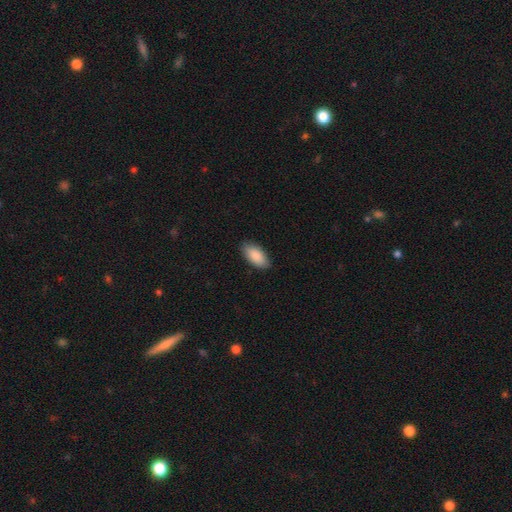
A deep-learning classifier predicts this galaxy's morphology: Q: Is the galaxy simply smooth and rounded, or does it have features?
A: smooth — 89%.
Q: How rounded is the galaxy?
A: in between — 93%.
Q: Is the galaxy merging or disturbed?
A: none — 87%.